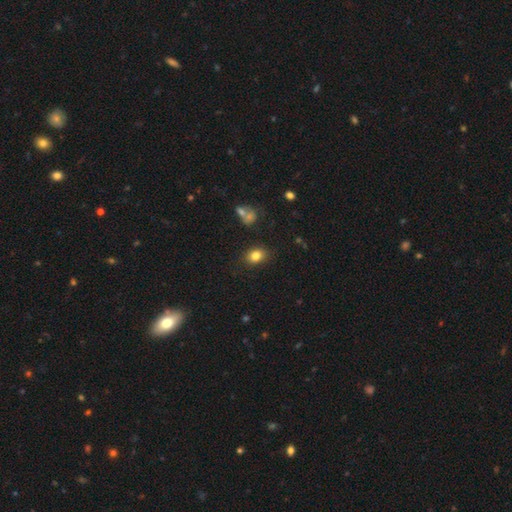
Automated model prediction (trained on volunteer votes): A smooth galaxy with no disk features (82%) that is in between round and cigar-shaped (65%).

Vote fractions:
- Smooth or featured? smooth: 82% / star or artifact: 11% / featured or disk: 7%
- How rounded? in between: 65% / round: 34% / cigar-shaped: 1%
- Merging? none: 84% / minor disturbance: 11% / major disturbance: 3% / merger: 2%